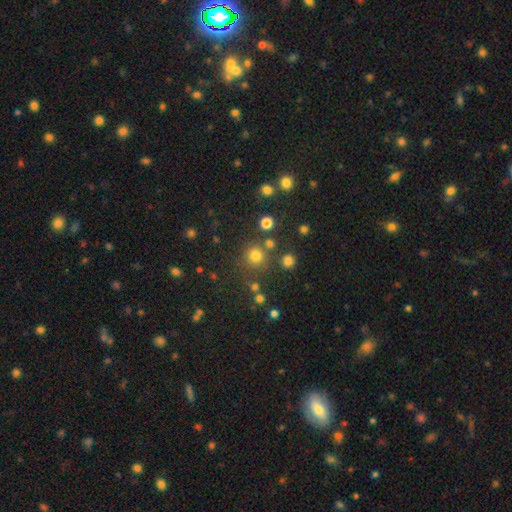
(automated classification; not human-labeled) Smooth or featured? smooth (76%)
How rounded? round (93%)
Merging? none (78%)